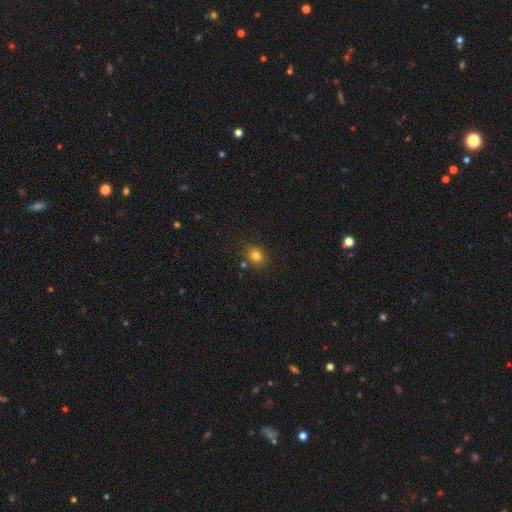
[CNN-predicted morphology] Q: Smooth or featured?
A: smooth (80%); runner-up: star or artifact (13%)
Q: How rounded?
A: round (65%); runner-up: in between (34%)
Q: Merging?
A: none (80%); runner-up: minor disturbance (11%)